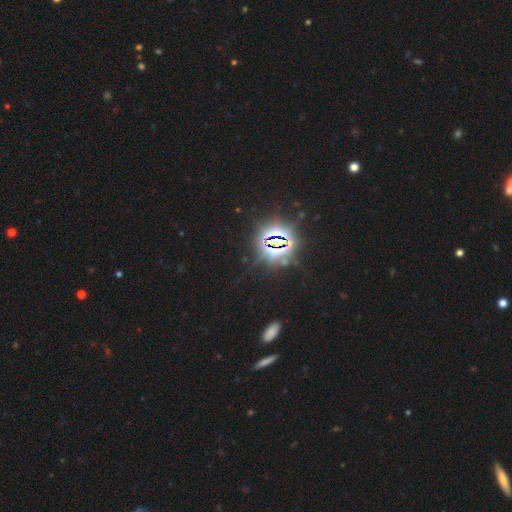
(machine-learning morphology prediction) Smooth or featured? star or artifact (84%)